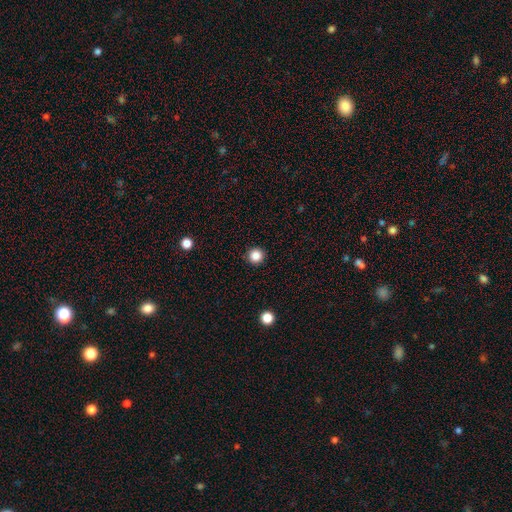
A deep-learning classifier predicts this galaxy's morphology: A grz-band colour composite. It shows a smooth galaxy with no disk features (86%) that is round (96%). Merging: none (93%).